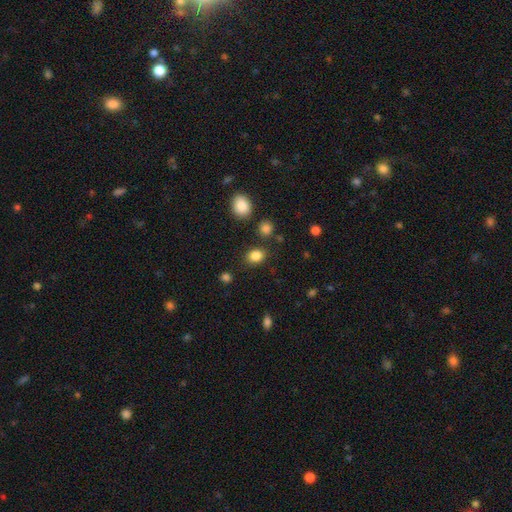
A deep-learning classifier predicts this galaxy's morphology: Smooth or featured? smooth (85%)
How rounded? in between (52%)
Merging? none (83%)